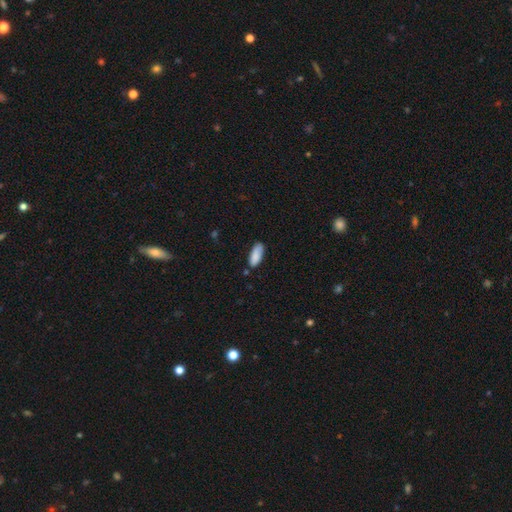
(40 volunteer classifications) A smooth galaxy with no disk features (80%) that is in between round and cigar-shaped (62%). Merging: none (75%).